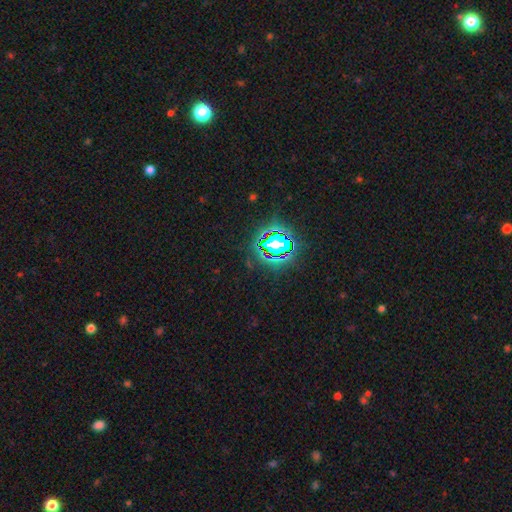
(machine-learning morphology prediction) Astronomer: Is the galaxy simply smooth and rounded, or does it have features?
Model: star or artifact — 83%.